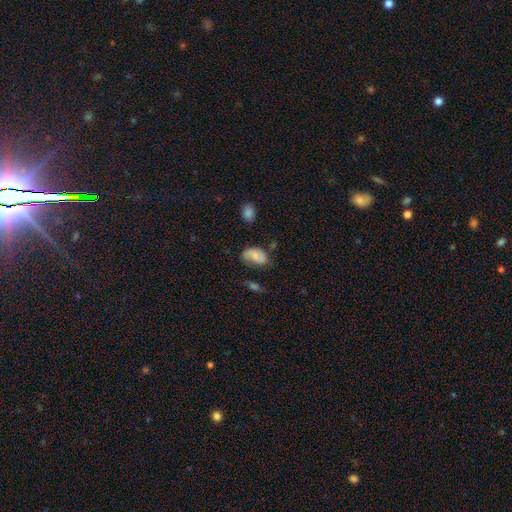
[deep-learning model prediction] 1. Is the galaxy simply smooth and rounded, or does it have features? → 63% smooth, 28% featured or disk, 9% star or artifact.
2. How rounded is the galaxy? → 88% in between, 10% round, 2% cigar-shaped.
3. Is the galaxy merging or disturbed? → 50% none, 32% minor disturbance, 14% major disturbance, 4% merger.